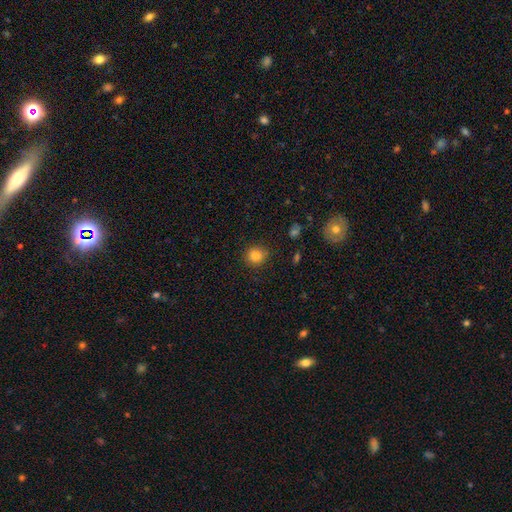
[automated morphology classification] type=smooth (83%); roundness=round (87%); merging=none (86%).